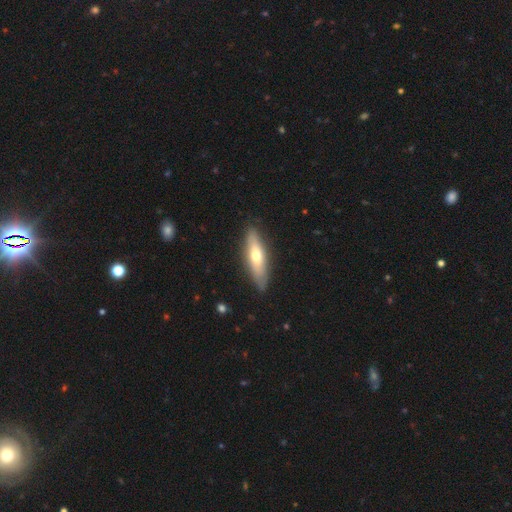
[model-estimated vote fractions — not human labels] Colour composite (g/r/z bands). It shows a smooth galaxy with no disk features (54%) that is cigar-shaped (62%). Merging: none (86%).